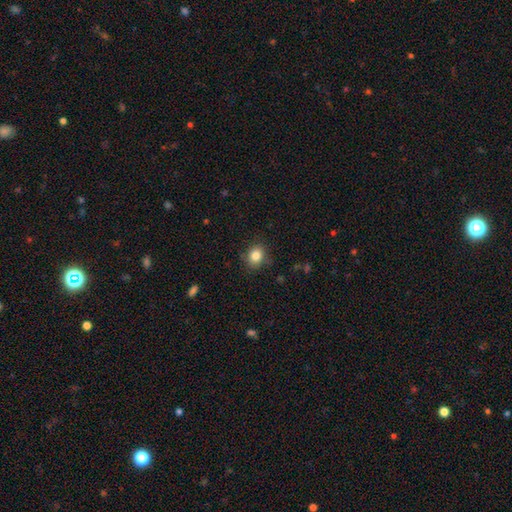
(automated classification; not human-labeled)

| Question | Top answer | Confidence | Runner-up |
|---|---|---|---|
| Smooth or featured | smooth | 84% | star or artifact (10%) |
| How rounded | round | 63% | in between (36%) |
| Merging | none | 84% | minor disturbance (12%) |